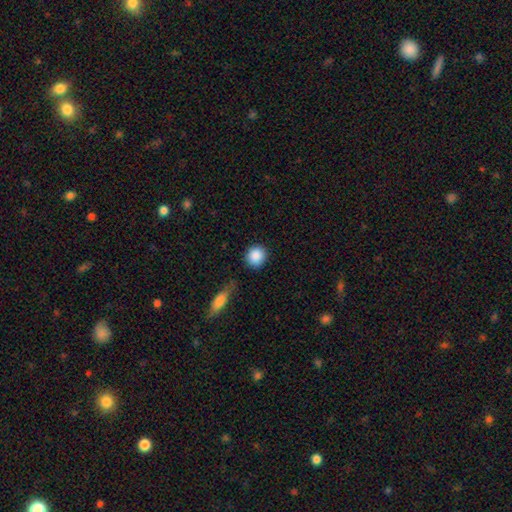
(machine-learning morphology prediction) smooth-or-featured: smooth: 89% | star or artifact: 7% | featured or disk: 4%
  how-rounded: round: 86% | in between: 13% | cigar-shaped: 1%
  merging: none: 84% | minor disturbance: 9% | merger: 3% | major disturbance: 3%